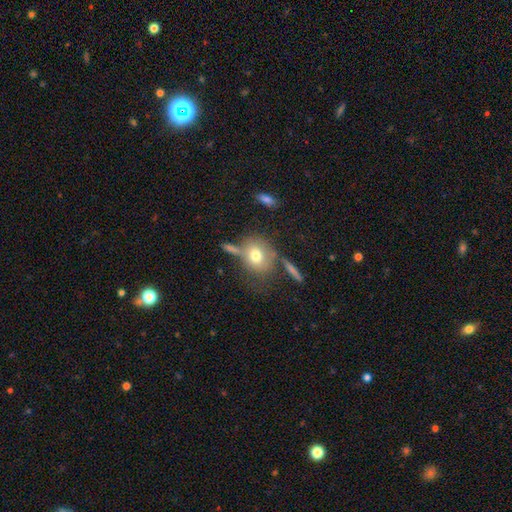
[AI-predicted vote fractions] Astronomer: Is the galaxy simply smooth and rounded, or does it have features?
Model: smooth — 70%.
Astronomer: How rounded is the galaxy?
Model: round — 71%.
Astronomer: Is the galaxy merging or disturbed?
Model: none — 59%.